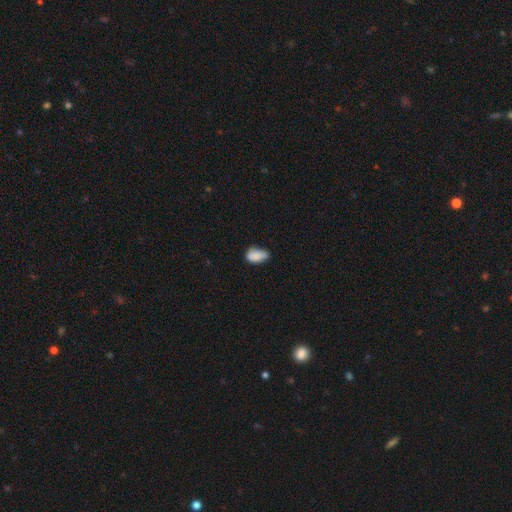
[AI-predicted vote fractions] A smooth galaxy with no disk features (87%) that is in between round and cigar-shaped (91%).

Vote fractions:
- Smooth or featured? smooth: 87% / star or artifact: 8% / featured or disk: 5%
- How rounded? in between: 91% / round: 6% / cigar-shaped: 2%
- Merging? none: 51% / minor disturbance: 39% / major disturbance: 7% / merger: 2%